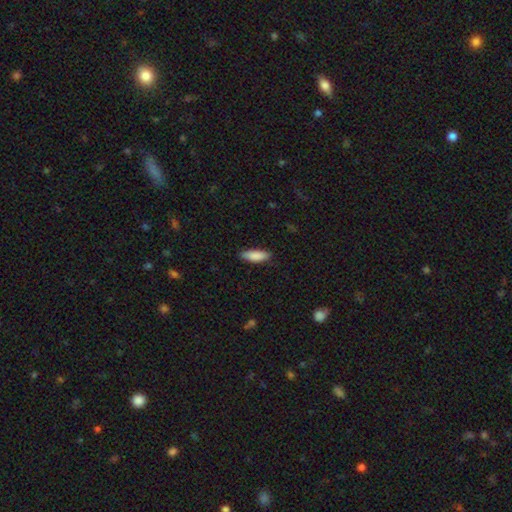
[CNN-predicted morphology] Smooth or featured?
  - smooth: 87% *
  - featured or disk: 7%
  - star or artifact: 6%
How rounded?
  - in between: 57% *
  - cigar-shaped: 41%
  - round: 2%
Merging?
  - none: 85% *
  - minor disturbance: 11%
  - major disturbance: 2%
  - merger: 1%